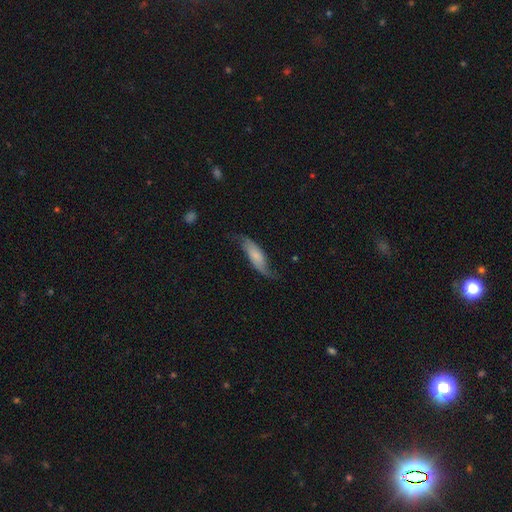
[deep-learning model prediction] smooth_or_featured: featured or disk (p=0.56) [alt: smooth p=0.36]
disk_edge_on: no (p=0.81) [alt: yes p=0.19]
merging: none (p=0.61) [alt: minor disturbance p=0.25]